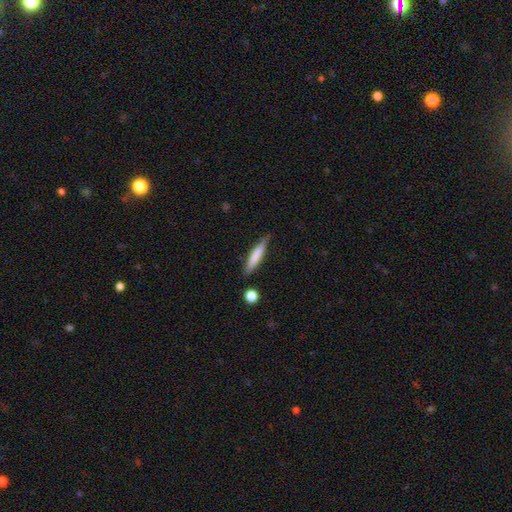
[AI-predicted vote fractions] This is likely a smooth galaxy (71%). How rounded: clearly cigar-shaped (89%). Merging: clearly none (82%).